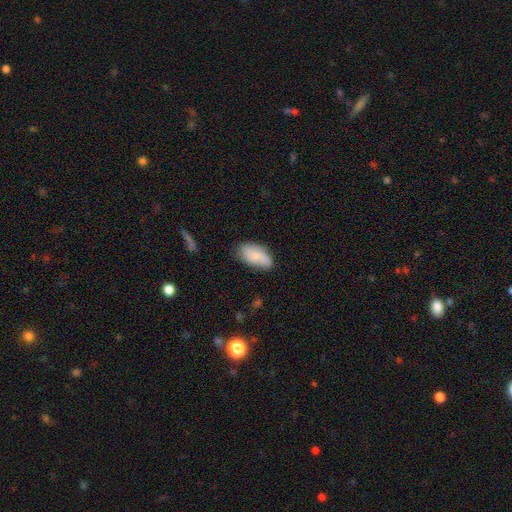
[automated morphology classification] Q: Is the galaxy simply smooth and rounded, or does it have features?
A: smooth — 66%.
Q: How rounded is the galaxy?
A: in between — 92%.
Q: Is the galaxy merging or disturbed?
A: none — 68%.